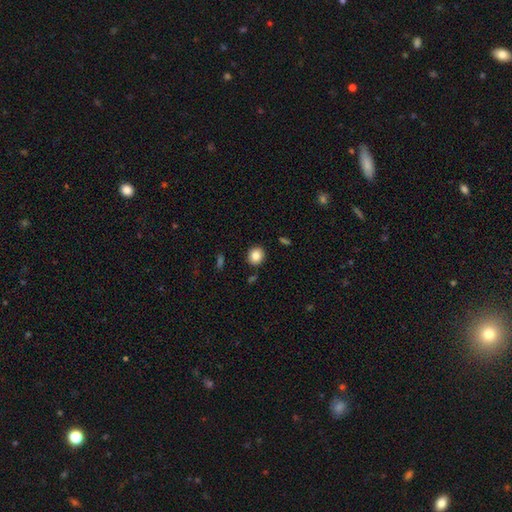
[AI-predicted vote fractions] smooth-or-featured: smooth: 84% | star or artifact: 9% | featured or disk: 6%
  how-rounded: round: 83% | in between: 16% | cigar-shaped: 1%
  merging: none: 88% | minor disturbance: 7% | merger: 2% | major disturbance: 2%